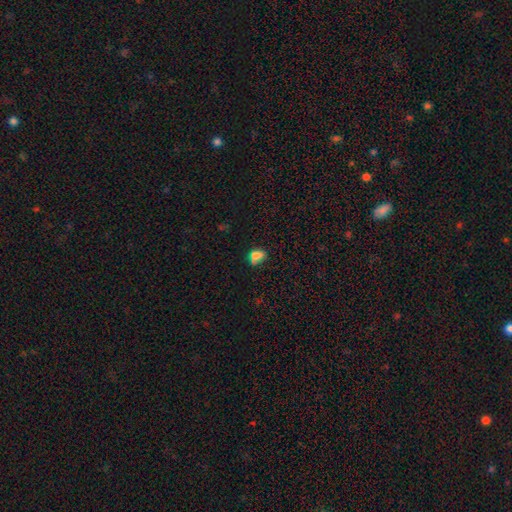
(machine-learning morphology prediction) Overall: smooth (75%). How rounded: in between (63%; round 34%). Merging: none (53%; minor disturbance 24%).